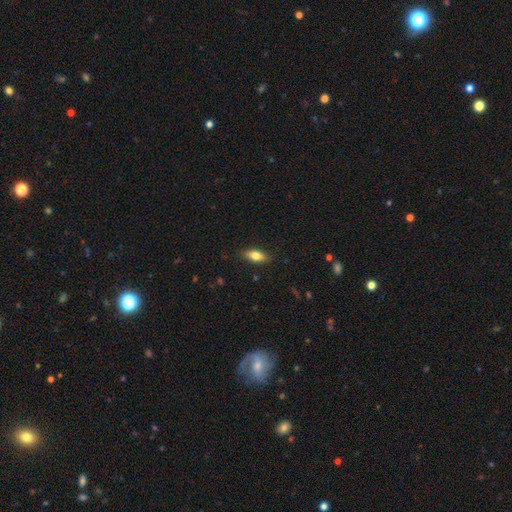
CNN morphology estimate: This is likely a smooth galaxy (76%). How rounded: likely in between (76%). Merging: clearly none (86%).